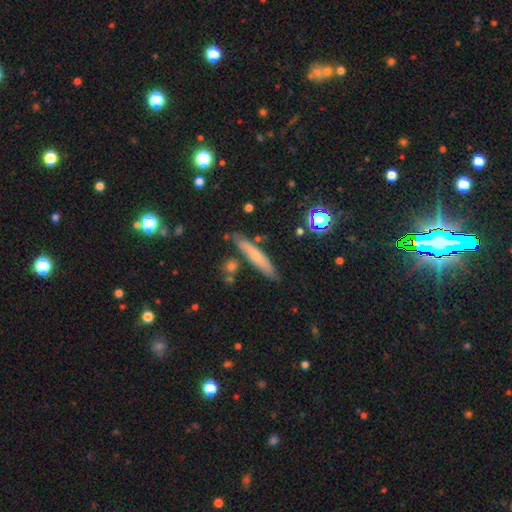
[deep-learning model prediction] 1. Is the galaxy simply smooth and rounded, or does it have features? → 53% smooth, 39% featured or disk, 8% star or artifact.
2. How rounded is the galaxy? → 90% cigar-shaped, 8% in between, 2% round.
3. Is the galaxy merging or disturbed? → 81% none, 12% minor disturbance, 5% merger, 2% major disturbance.